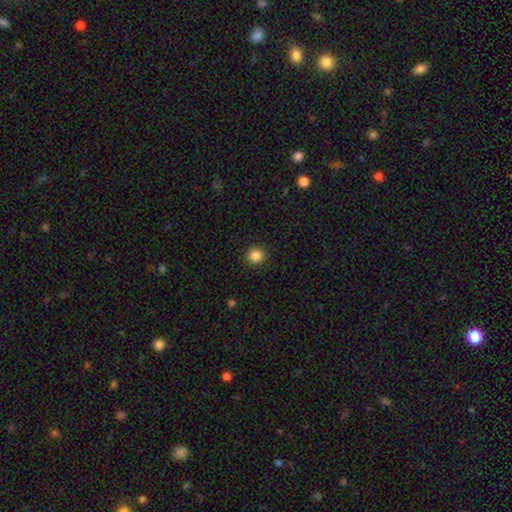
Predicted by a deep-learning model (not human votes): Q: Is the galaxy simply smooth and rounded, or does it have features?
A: smooth — 85%.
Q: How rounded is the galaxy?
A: round — 88%.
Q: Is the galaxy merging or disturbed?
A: none — 92%.